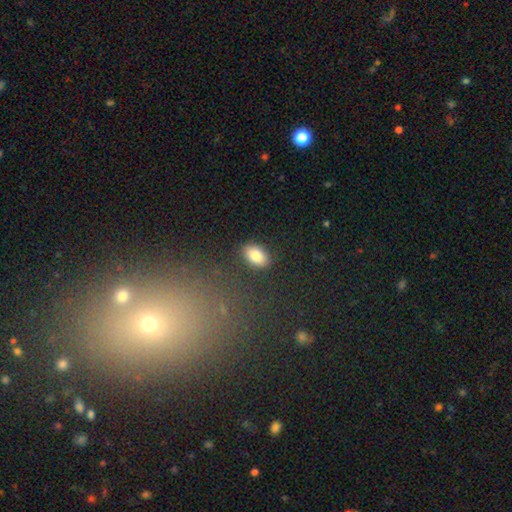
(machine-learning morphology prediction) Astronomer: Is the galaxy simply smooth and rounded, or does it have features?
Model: smooth — 84%.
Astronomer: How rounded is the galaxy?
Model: in between — 91%.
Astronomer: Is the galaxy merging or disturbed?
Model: none — 86%.